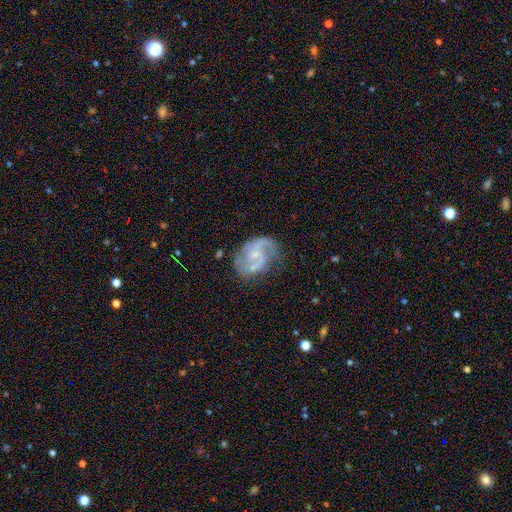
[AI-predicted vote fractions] This is clearly a featured or disk galaxy (86%). It is clearly not viewed edge-on (98%). Bar: possibly no (48%). Spiral arm pattern: clearly yes (95%). Spiral arm count: clearly 2 (87%). Spiral winding: possibly medium (53%). Central bulge: likely small (62%). Merging: likely none (66%).